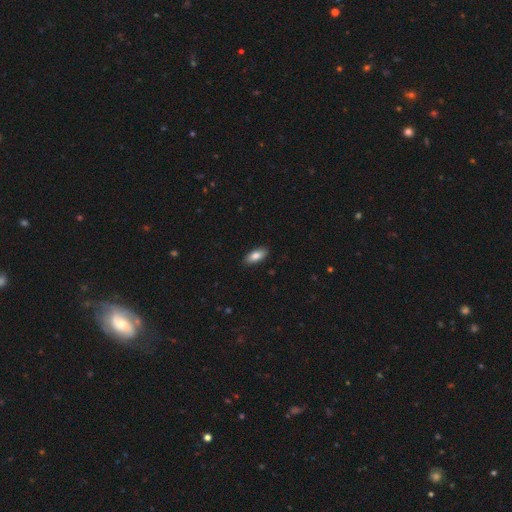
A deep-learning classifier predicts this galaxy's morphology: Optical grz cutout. It shows a smooth galaxy with no disk features (83%) that is in between round and cigar-shaped (87%). Merging: none (89%).